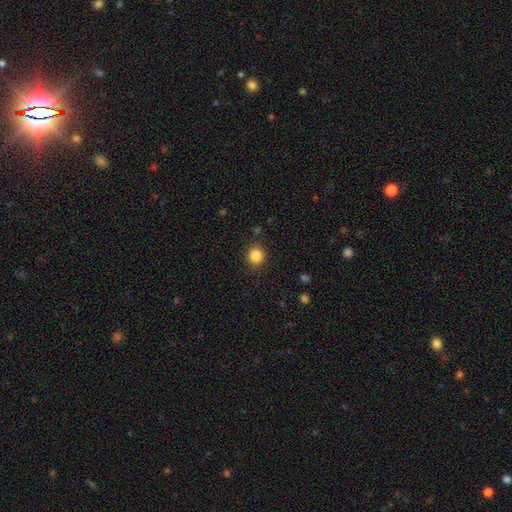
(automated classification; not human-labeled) This is clearly a smooth galaxy (86%). How rounded: clearly round (88%). Merging: clearly none (90%).